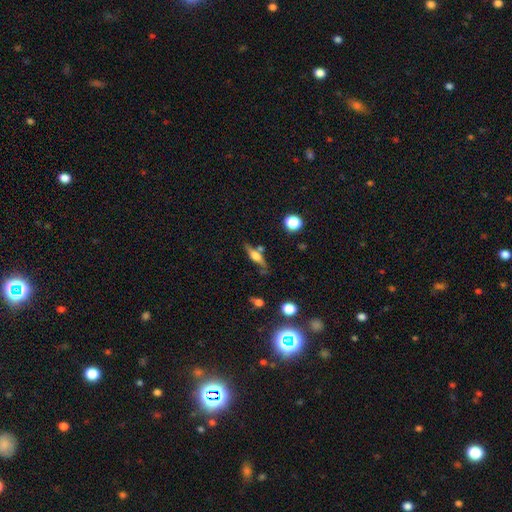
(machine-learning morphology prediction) Overall: featured or disk (52%; smooth 38%). Edge-on disk: yes (84%). Merging: none (64%).